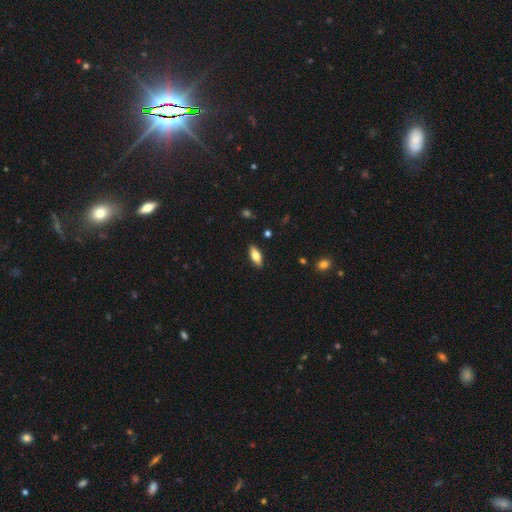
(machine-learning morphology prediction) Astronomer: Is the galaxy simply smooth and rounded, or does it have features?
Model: smooth — 72%.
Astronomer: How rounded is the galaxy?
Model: in between — 81%.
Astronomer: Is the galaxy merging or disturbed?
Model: none — 88%.